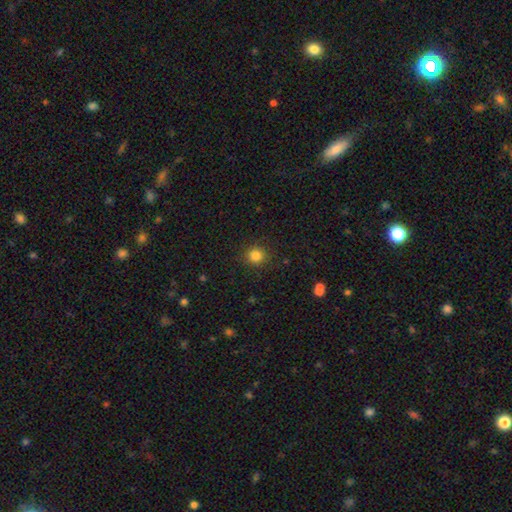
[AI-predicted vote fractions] Overall: smooth (83%). How rounded: round (91%). Merging: none (89%).